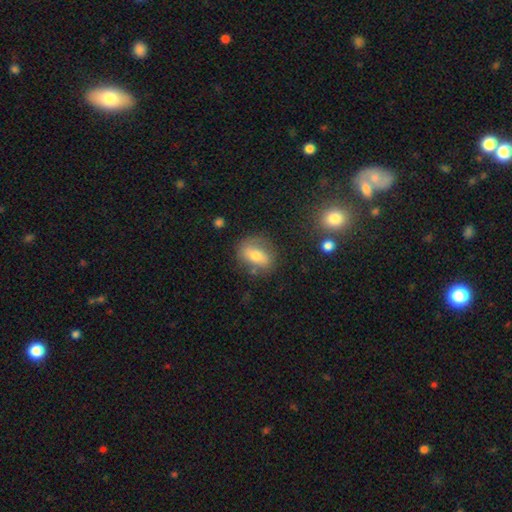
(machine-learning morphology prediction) This appears to be a smooth galaxy with no disk features (59%) that is in between round and cigar-shaped (67%). Merging: none (73%).